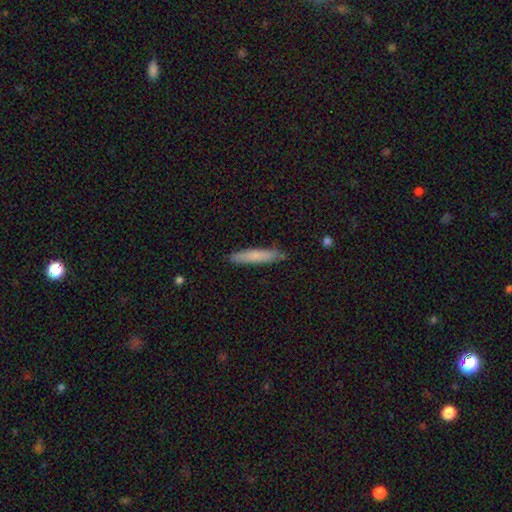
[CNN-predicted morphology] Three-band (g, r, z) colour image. It shows a smooth galaxy with no disk features (74%) that is cigar-shaped (91%). Merging: none (86%).